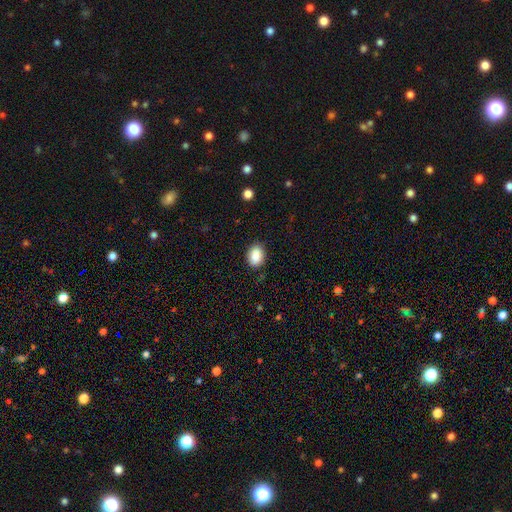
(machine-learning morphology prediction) Smooth or featured?
  - smooth: 89% *
  - star or artifact: 7%
  - featured or disk: 4%
How rounded?
  - in between: 79% *
  - round: 20%
  - cigar-shaped: 1%
Merging?
  - none: 86% *
  - minor disturbance: 10%
  - major disturbance: 2%
  - merger: 1%